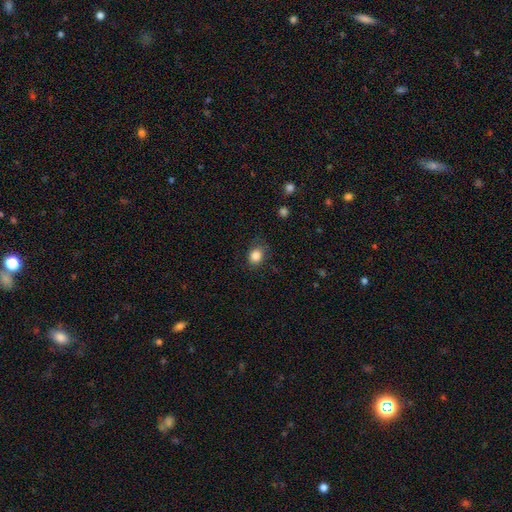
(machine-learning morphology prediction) smooth_or_featured: smooth (p=0.85) [alt: star or artifact p=0.10]
how_rounded: round (p=0.63) [alt: in between p=0.36]
merging: none (p=0.77) [alt: minor disturbance p=0.17]